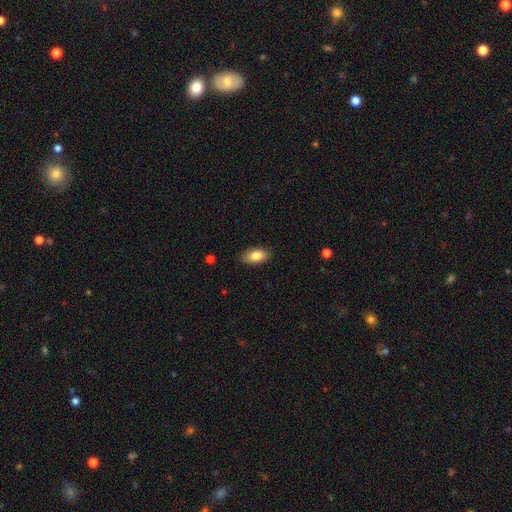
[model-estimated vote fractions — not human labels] smooth 84%, featured or disk 9%, star or artifact 7%. Down the decision tree: how rounded — in between (92%); merging — none (86%).